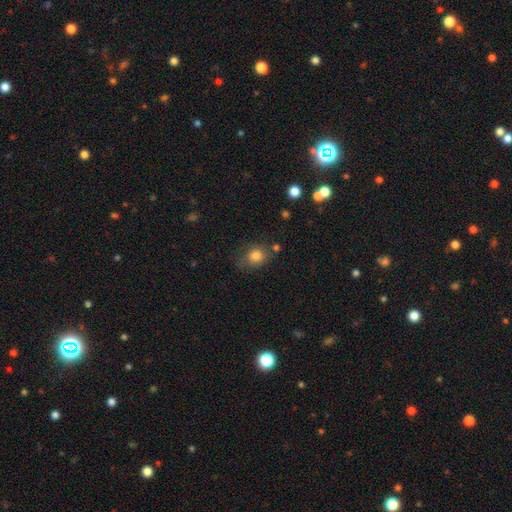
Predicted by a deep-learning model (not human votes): smooth_or_featured: smooth (p=0.80) [alt: star or artifact p=0.10]
how_rounded: round (p=0.59) [alt: in between p=0.40]
merging: none (p=0.61) [alt: minor disturbance p=0.24]